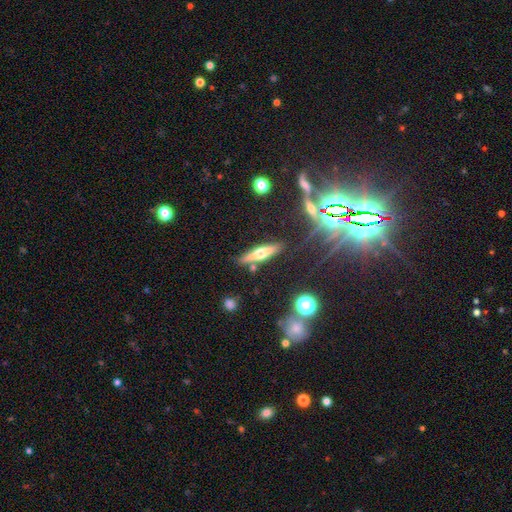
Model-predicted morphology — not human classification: This appears to be a featured or disk galaxy (48%). Merging: none (81%).